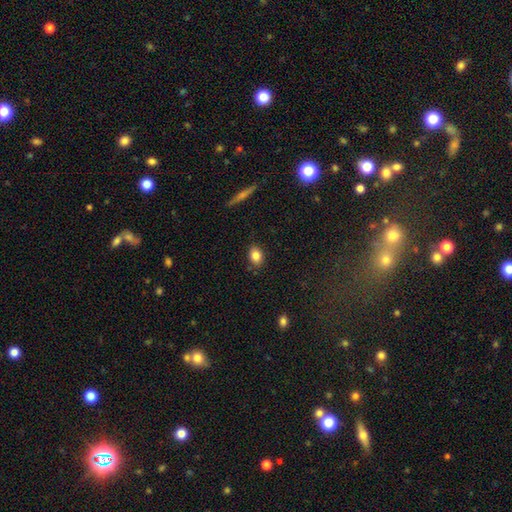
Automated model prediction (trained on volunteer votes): A smooth galaxy with no disk features (83%) that is in between round and cigar-shaped (69%).

Vote fractions:
- Smooth or featured? smooth: 83% / star or artifact: 9% / featured or disk: 8%
- How rounded? in between: 69% / round: 29% / cigar-shaped: 2%
- Merging? none: 85% / minor disturbance: 11% / major disturbance: 2% / merger: 2%